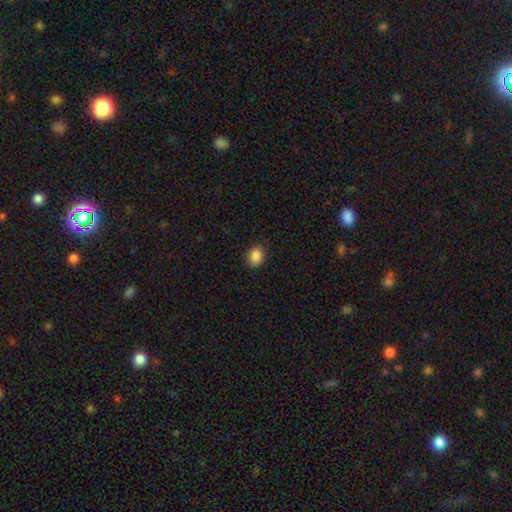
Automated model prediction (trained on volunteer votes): Overall: smooth (87%). How rounded: round (54%; in between 45%). Merging: none (88%).